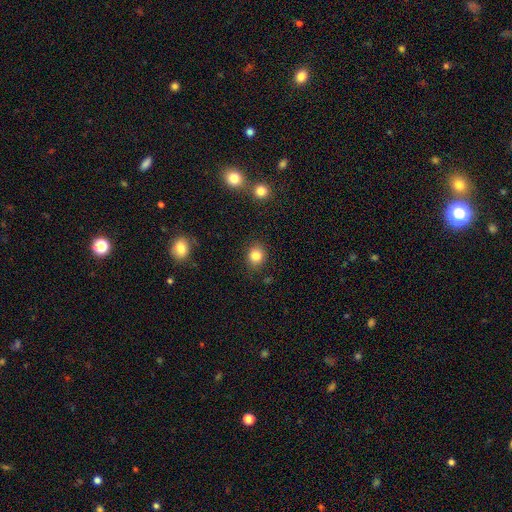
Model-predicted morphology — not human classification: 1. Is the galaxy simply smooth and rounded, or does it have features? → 84% smooth, 11% star or artifact, 5% featured or disk.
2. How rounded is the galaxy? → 69% round, 30% in between, 1% cigar-shaped.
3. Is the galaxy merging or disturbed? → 85% none, 10% minor disturbance, 3% major disturbance, 2% merger.